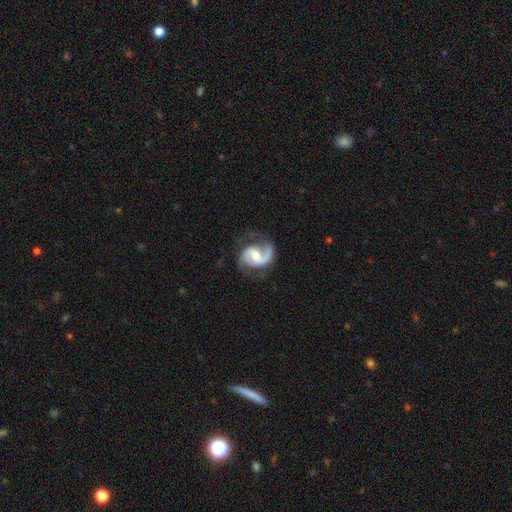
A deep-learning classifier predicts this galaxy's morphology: smooth_or_featured: featured or disk (p=0.87) [alt: smooth p=0.08]
disk_edge_on: no (p=0.98) [alt: yes p=0.02]
bar: weak (p=0.50) [alt: no p=0.31]
has_spiral_arms: yes (p=0.97) [alt: no p=0.03]
spiral_winding: medium (p=0.53) [alt: loose p=0.28]
spiral_arm_count: 2 (p=0.83) [alt: 1 p=0.11]
bulge_size: moderate (p=0.63) [alt: small p=0.26]
merging: none (p=0.68) [alt: minor disturbance p=0.19]